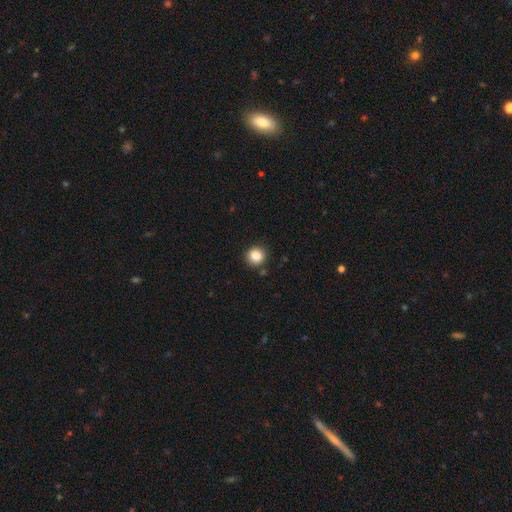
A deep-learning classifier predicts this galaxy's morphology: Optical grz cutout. It shows a smooth galaxy with no disk features (85%) that is round (91%). Merging: none (88%).